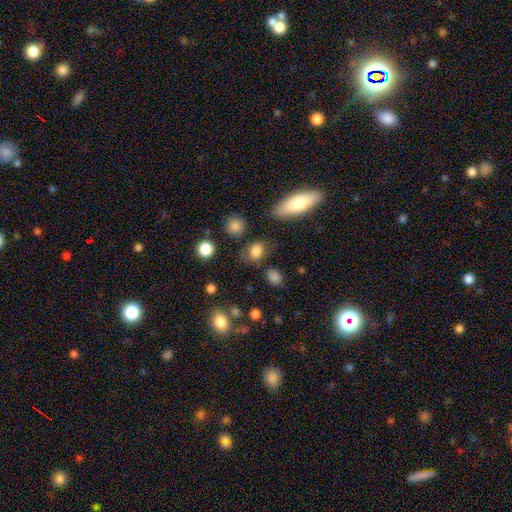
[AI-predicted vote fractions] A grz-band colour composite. It shows a smooth galaxy with no disk features (59%) that is round (52%). Merging: none (81%).